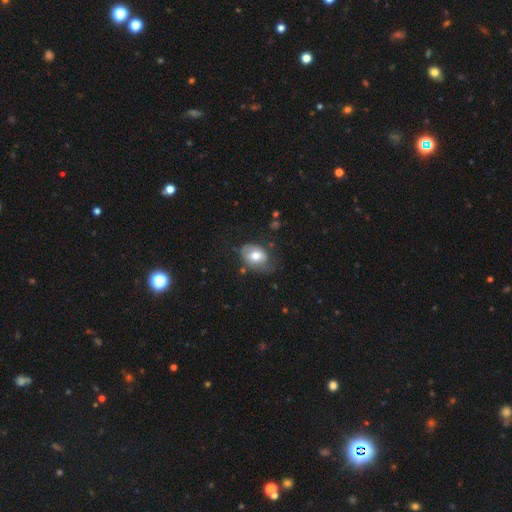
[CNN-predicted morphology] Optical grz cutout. It shows a smooth galaxy with no disk features (65%) that is in between round and cigar-shaped (74%). Merging: none (45%).